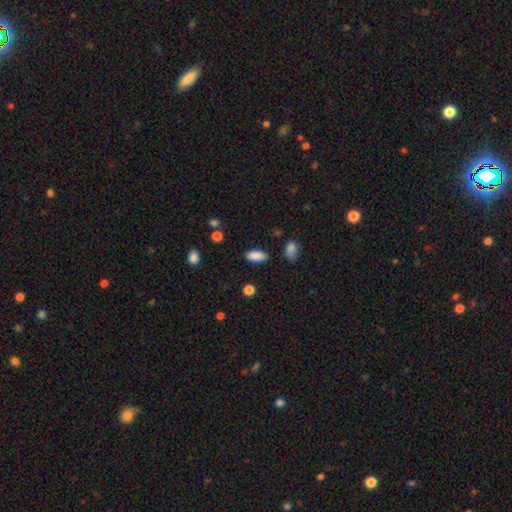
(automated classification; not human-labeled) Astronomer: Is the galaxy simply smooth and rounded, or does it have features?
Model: smooth — 87%.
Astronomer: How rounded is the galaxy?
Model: in between — 89%.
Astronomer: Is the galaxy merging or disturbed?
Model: none — 82%.